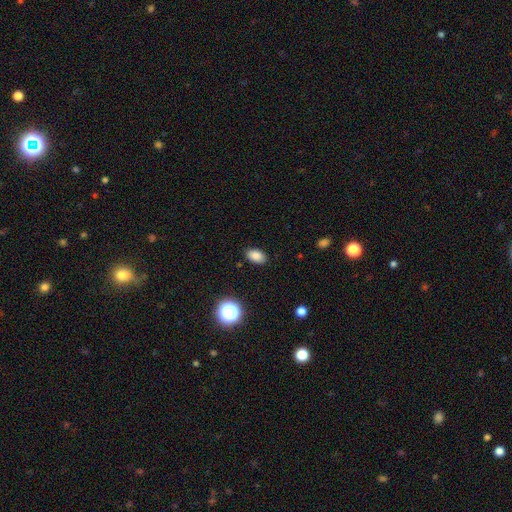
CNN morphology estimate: Smooth or featured?
  - smooth: 84% *
  - star or artifact: 11%
  - featured or disk: 5%
How rounded?
  - in between: 90% *
  - round: 8%
  - cigar-shaped: 2%
Merging?
  - none: 88% *
  - minor disturbance: 8%
  - major disturbance: 2%
  - merger: 1%